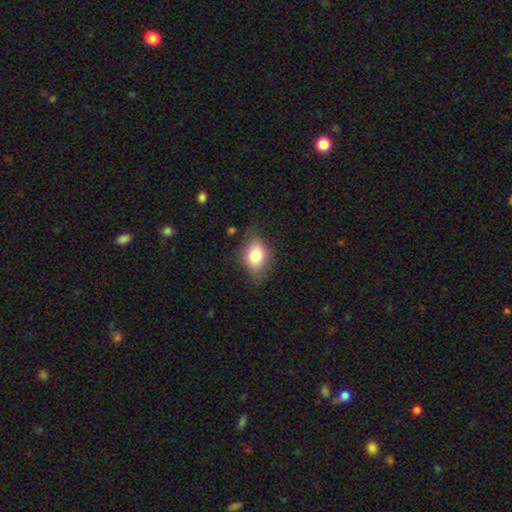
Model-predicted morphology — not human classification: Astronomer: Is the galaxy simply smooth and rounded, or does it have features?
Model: smooth — 78%.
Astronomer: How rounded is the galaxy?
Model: in between — 74%.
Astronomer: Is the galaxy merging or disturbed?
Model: none — 72%.